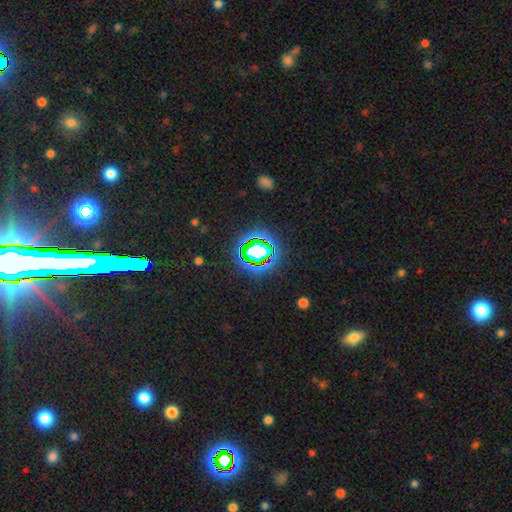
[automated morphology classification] A star or artifact, not a galaxy (67%).

Vote fractions:
- Smooth or featured? star or artifact: 67% / smooth: 21% / featured or disk: 12%